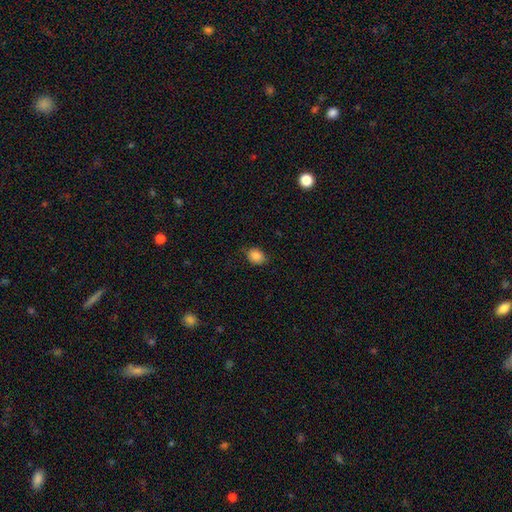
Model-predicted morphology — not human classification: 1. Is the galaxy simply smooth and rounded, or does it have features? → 86% smooth, 9% star or artifact, 5% featured or disk.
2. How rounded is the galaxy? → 65% in between, 34% round, 1% cigar-shaped.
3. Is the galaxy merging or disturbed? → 77% none, 18% minor disturbance, 4% major disturbance, 1% merger.